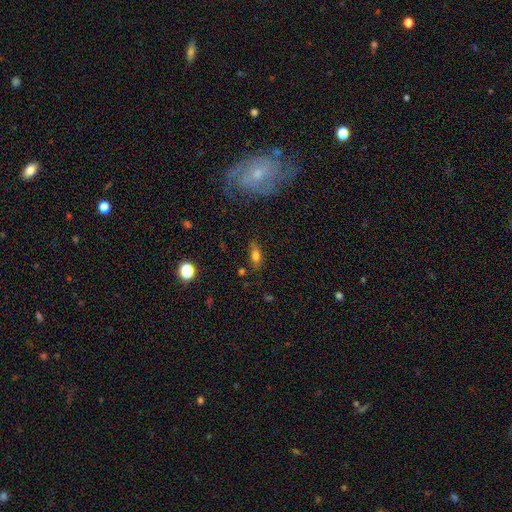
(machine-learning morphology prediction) Smooth or featured?
  - smooth: 73% *
  - featured or disk: 15%
  - star or artifact: 12%
How rounded?
  - in between: 76% *
  - cigar-shaped: 16%
  - round: 8%
Merging?
  - none: 72% *
  - minor disturbance: 19%
  - major disturbance: 6%
  - merger: 4%